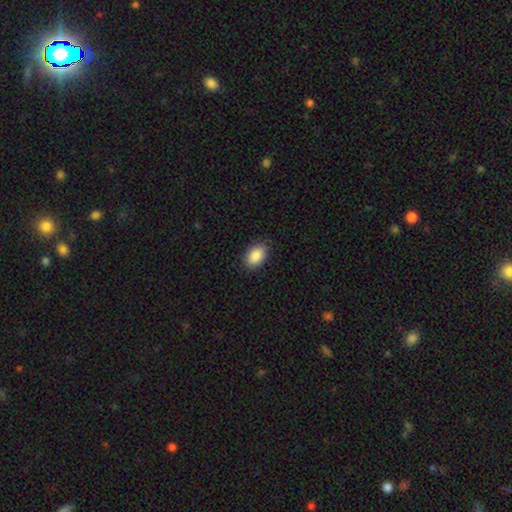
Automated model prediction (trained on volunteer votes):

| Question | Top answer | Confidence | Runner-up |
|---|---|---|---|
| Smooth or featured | smooth | 89% | star or artifact (7%) |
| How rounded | in between | 90% | round (9%) |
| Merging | none | 87% | minor disturbance (10%) |